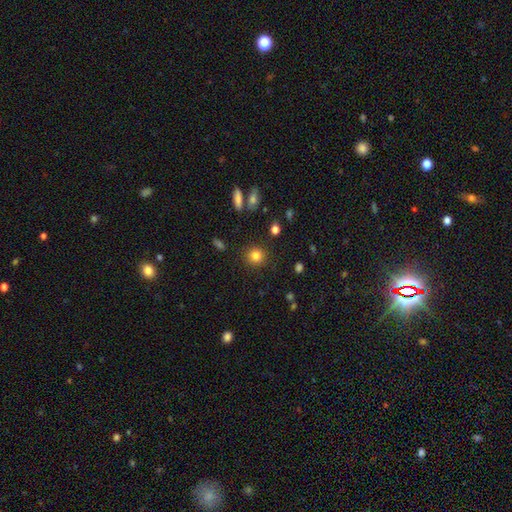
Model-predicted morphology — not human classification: Smooth or featured: smooth — 82% (star or artifact — 12%)
How rounded: round — 91% (in between — 8%)
Merging: none — 89% (minor disturbance — 6%)